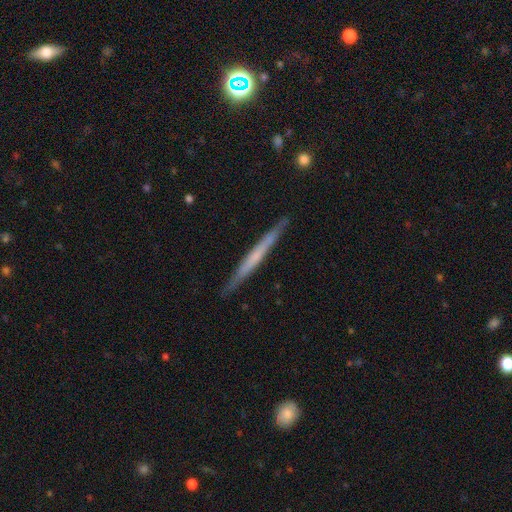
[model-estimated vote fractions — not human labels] Smooth or featured: featured or disk — 55% (smooth — 39%)
Edge-on disk: yes — 97% (no — 3%)
Edge-on bulge: none — 81% (rounded — 13%)
Merging: none — 89% (minor disturbance — 8%)